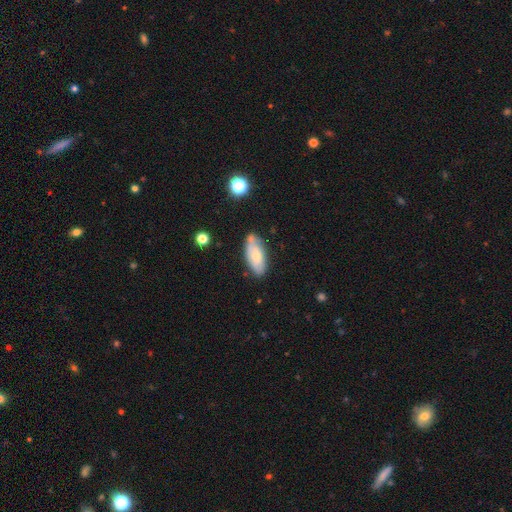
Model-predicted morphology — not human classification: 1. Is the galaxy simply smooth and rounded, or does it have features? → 60% smooth, 33% featured or disk, 7% star or artifact.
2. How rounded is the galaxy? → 84% in between, 13% cigar-shaped, 2% round.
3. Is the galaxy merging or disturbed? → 67% none, 23% minor disturbance, 5% merger, 5% major disturbance.